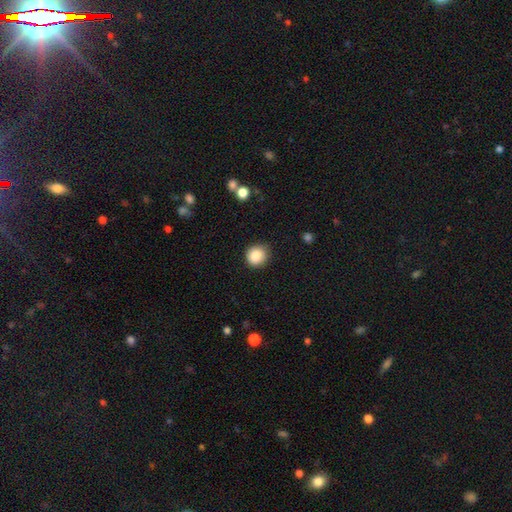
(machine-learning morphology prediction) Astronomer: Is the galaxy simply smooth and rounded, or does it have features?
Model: smooth — 86%.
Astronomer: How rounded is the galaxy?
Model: round — 87%.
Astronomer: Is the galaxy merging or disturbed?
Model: none — 85%.